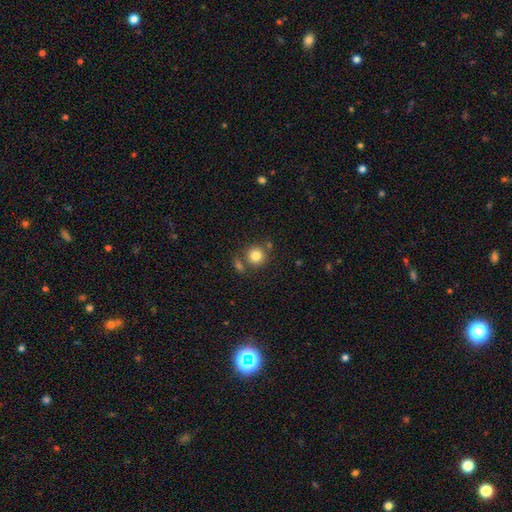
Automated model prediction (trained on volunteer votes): This is clearly a smooth galaxy (82%). How rounded: clearly round (91%). Merging: likely none (70%).